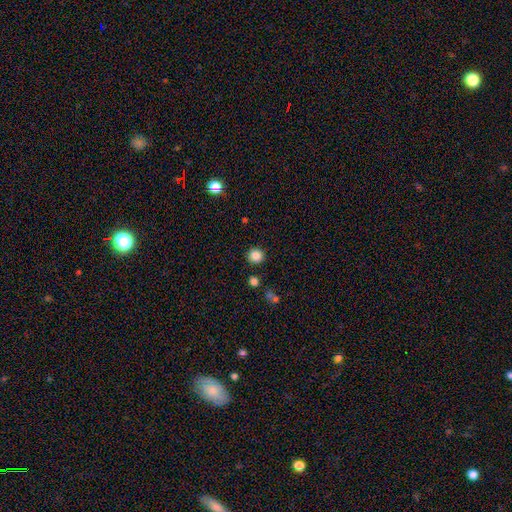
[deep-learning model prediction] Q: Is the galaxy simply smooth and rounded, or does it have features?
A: smooth — 85%.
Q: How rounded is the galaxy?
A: round — 92%.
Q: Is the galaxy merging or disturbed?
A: none — 90%.